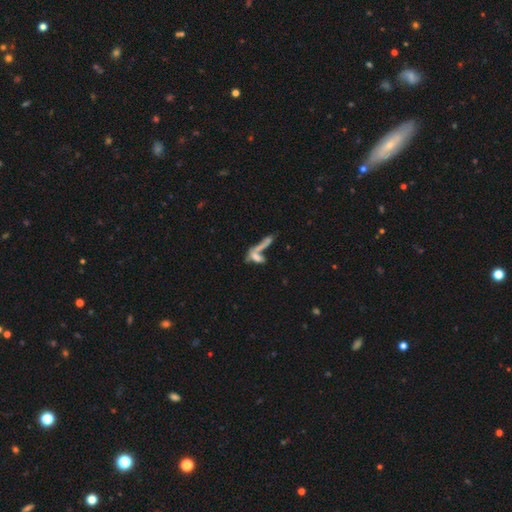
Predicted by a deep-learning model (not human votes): Smooth or featured?
  - smooth: 48% *
  - featured or disk: 36%
  - star or artifact: 16%
Merging?
  - merger: 56% *
  - none: 27%
  - major disturbance: 9%
  - minor disturbance: 8%